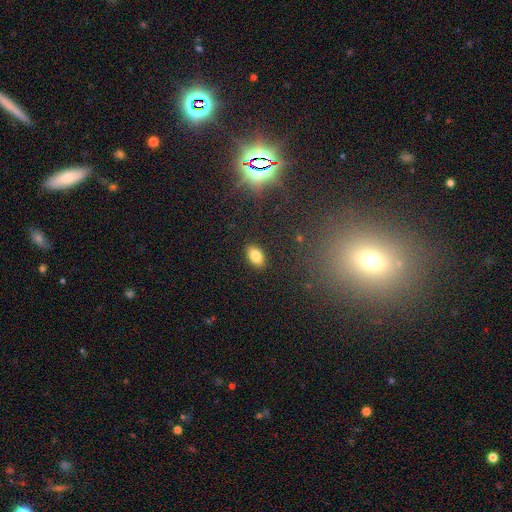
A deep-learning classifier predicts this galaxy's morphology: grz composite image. It shows a smooth galaxy with no disk features (81%) that is in between round and cigar-shaped (91%). Merging: none (88%).